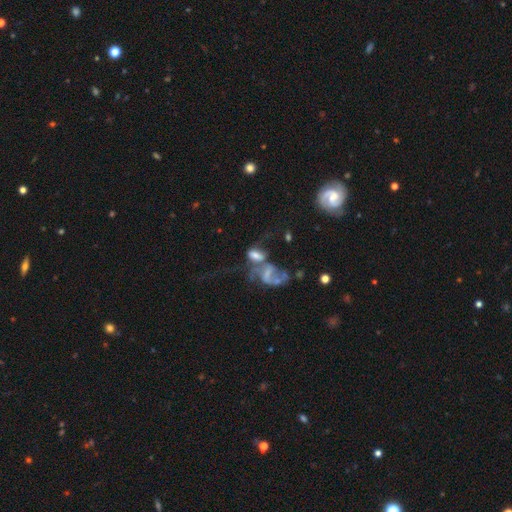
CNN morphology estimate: A featured or disk galaxy (50%).

Vote fractions:
- Smooth or featured? featured or disk: 50% / smooth: 36% / star or artifact: 14%
- Edge-on disk? no: 94% / yes: 6%
- Merging? merger: 59% / major disturbance: 20% / none: 13% / minor disturbance: 8%